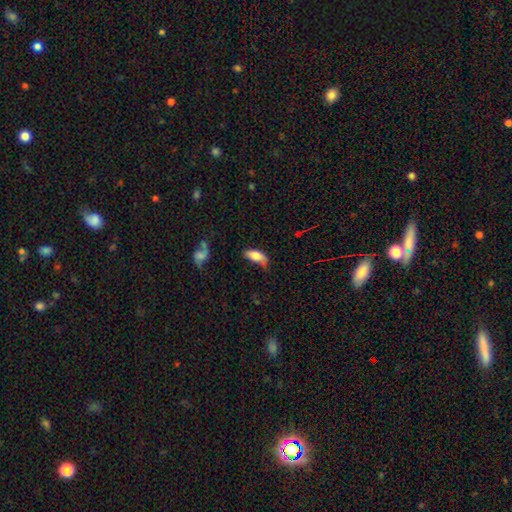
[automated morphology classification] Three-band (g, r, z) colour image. It shows a smooth galaxy with no disk features (79%) that is in between round and cigar-shaped (84%). Merging: none (44%).